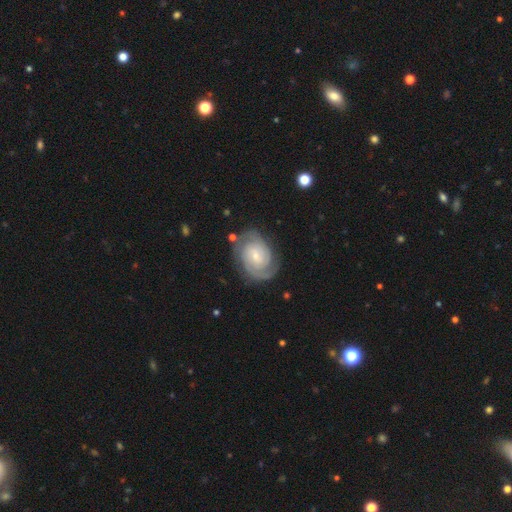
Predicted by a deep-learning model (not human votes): Morphology: type=featured or disk (88%); edge-on=no (97%); bar=no (57%); spiral arms=yes (97%); winding=tight (70%); arm count=2 (65%); bulge=small (73%); merging=none (79%).